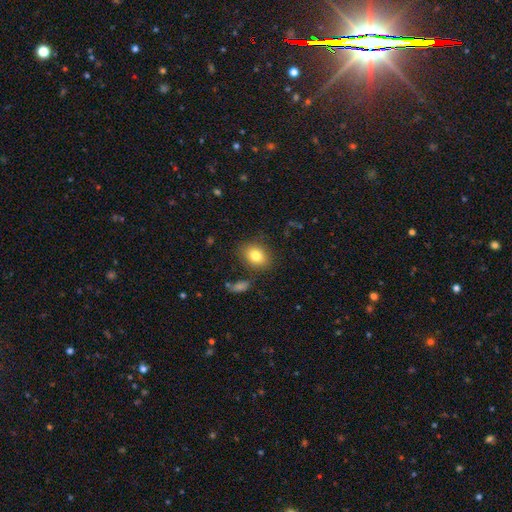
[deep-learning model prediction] Q: Smooth or featured?
A: smooth (81%); runner-up: featured or disk (10%)
Q: How rounded?
A: in between (60%); runner-up: round (39%)
Q: Merging?
A: none (83%); runner-up: minor disturbance (11%)